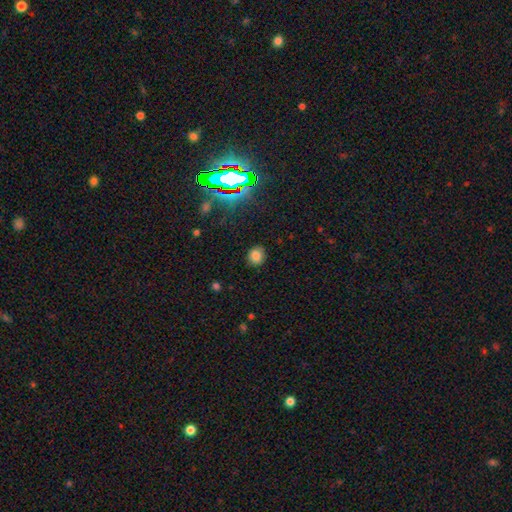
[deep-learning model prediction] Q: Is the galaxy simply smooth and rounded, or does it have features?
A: smooth — 78%.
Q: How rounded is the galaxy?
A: round — 81%.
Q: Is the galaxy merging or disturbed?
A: none — 89%.